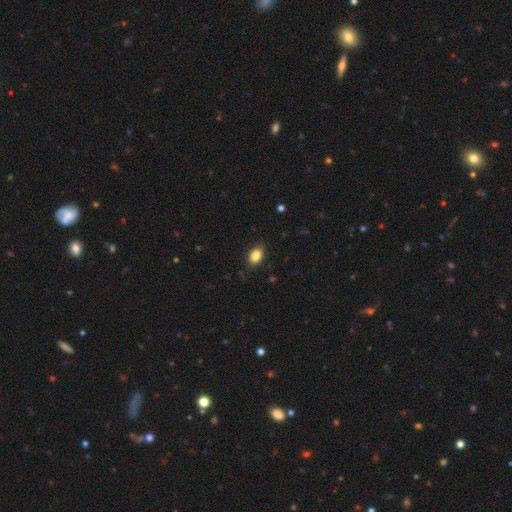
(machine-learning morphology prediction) This is clearly a smooth galaxy (85%). How rounded: clearly in between (85%). Merging: clearly none (85%).